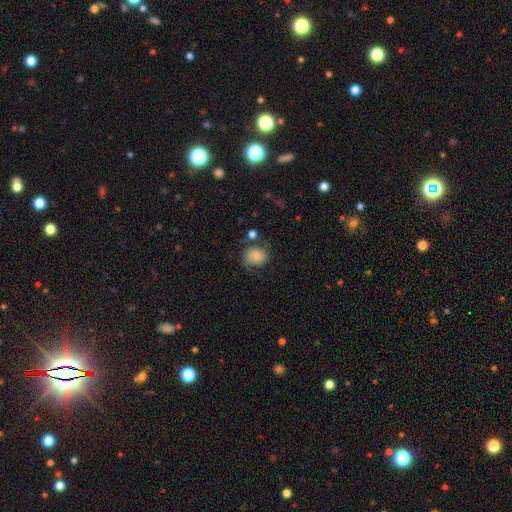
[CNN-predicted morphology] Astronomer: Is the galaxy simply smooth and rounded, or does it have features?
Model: smooth — 73%.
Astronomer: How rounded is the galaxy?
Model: round — 64%.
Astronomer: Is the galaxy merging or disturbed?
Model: none — 54%.